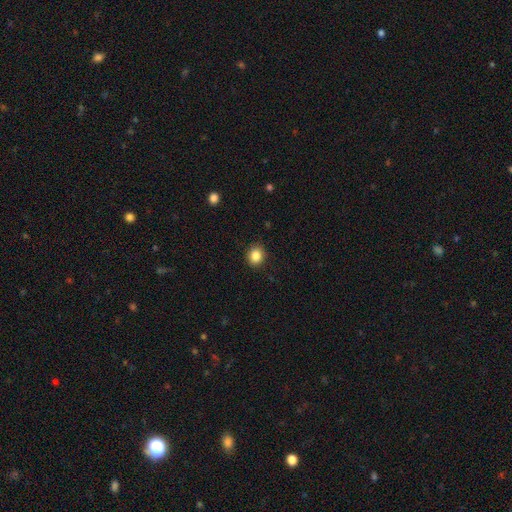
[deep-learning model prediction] Smooth or featured? Predicted: smooth (p=0.86). How rounded? Predicted: round (p=0.70). Merging? Predicted: none (p=0.89).